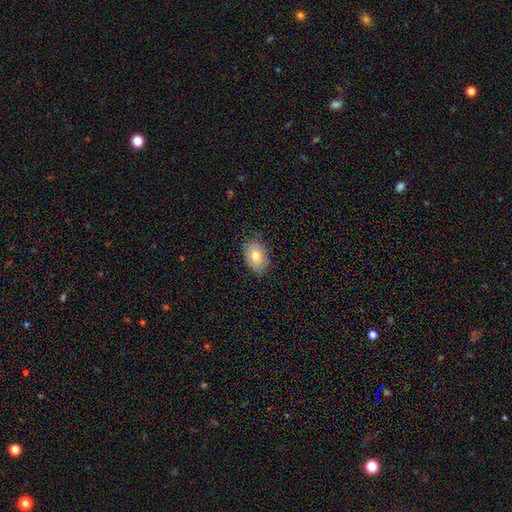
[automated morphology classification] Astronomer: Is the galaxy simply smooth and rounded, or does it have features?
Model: smooth — 75%.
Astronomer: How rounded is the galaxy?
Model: in between — 78%.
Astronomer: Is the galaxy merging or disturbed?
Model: none — 80%.